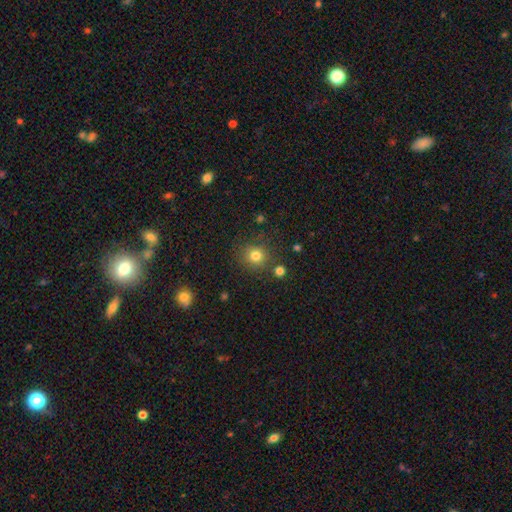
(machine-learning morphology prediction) Smooth or featured? Predicted: smooth (p=0.79). How rounded? Predicted: round (p=0.89). Merging? Predicted: none (p=0.82).